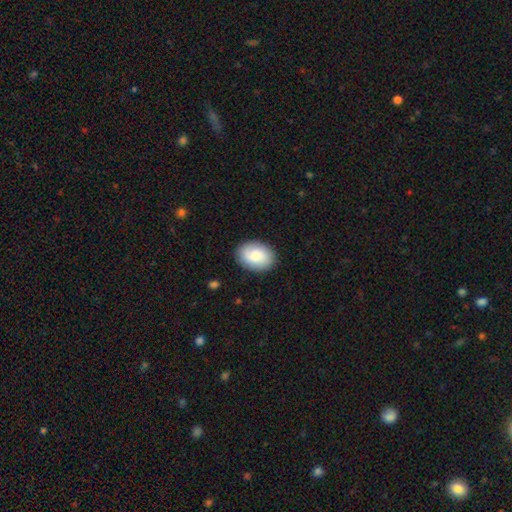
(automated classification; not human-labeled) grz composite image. It shows a smooth galaxy with no disk features (77%) that is in between round and cigar-shaped (72%). Merging: none (87%).